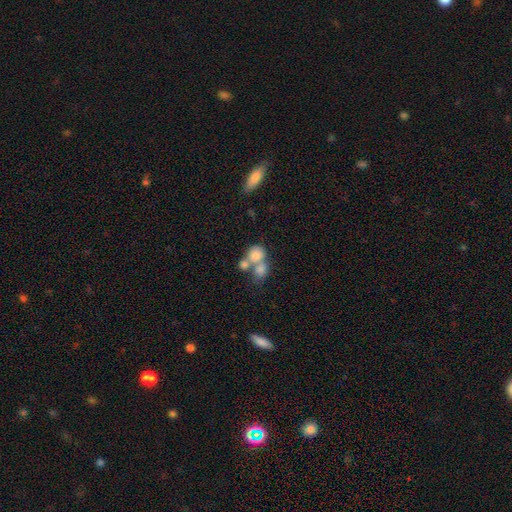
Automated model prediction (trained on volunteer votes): A smooth galaxy with no disk features (75%) that is round (65%).

Vote fractions:
- Smooth or featured? smooth: 75% / featured or disk: 15% / star or artifact: 10%
- How rounded? round: 65% / in between: 34% / cigar-shaped: 1%
- Merging? merger: 61% / none: 26% / minor disturbance: 7% / major disturbance: 5%